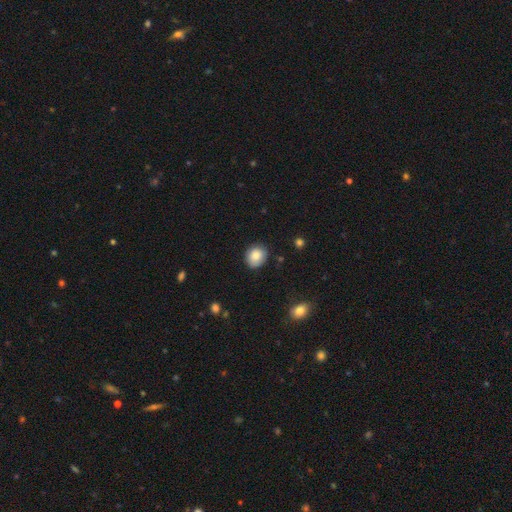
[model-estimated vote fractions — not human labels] The model was most divided on "how rounded": round: 68%, in between: 31%, cigar-shaped: 1%. More confident: smooth or featured — smooth (84%); merging — none (83%).